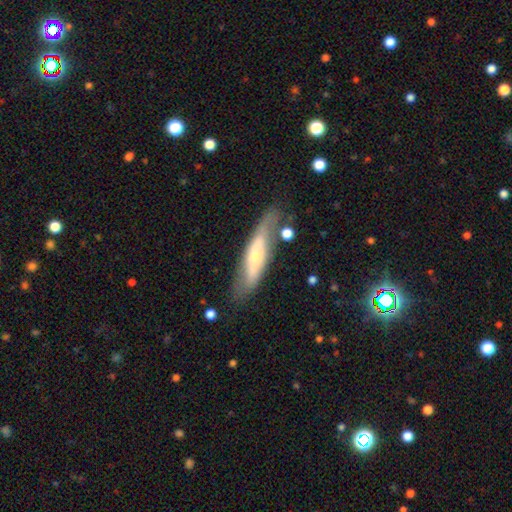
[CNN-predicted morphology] smooth-or-featured: featured or disk: 51% | smooth: 43% | star or artifact: 6%
  disk-edge-on: yes: 53% | no: 47%
  merging: none: 69% | minor disturbance: 19% | major disturbance: 7% | merger: 5%